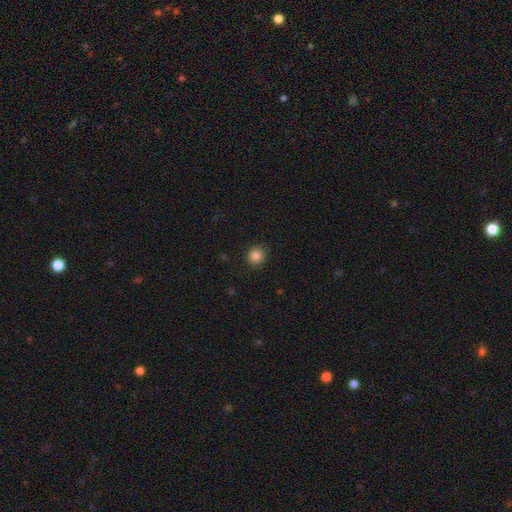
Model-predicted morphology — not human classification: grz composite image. It shows a smooth galaxy with no disk features (84%) that is round (88%). Merging: none (89%).